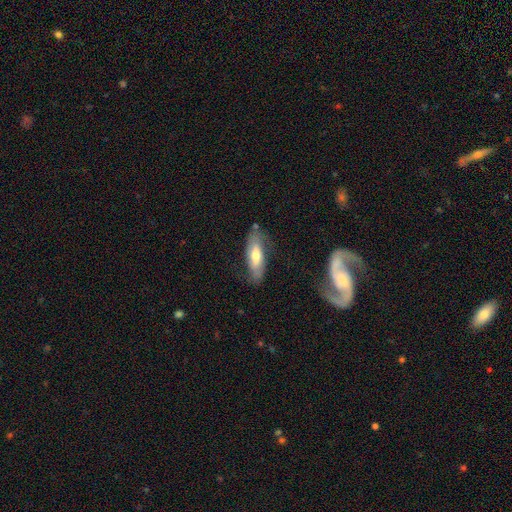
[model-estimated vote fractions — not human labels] Smooth or featured? Predicted: smooth (p=0.54). How rounded? Predicted: in between (p=0.59). Merging? Predicted: none (p=0.69).